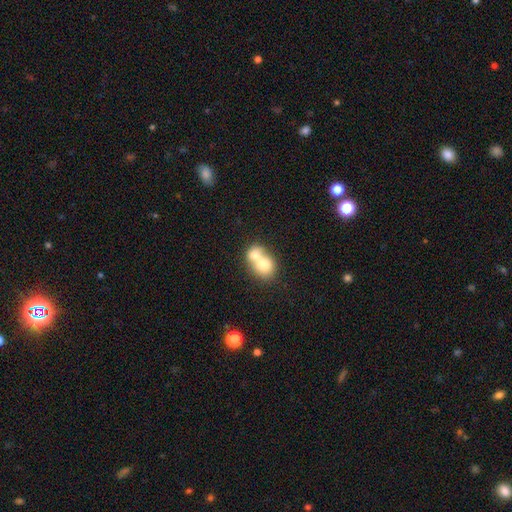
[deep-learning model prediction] smooth-or-featured: smooth: 72% | featured or disk: 21% | star or artifact: 8%
  how-rounded: round: 57% | in between: 42% | cigar-shaped: 1%
  merging: merger: 75% | none: 17% | minor disturbance: 5% | major disturbance: 3%